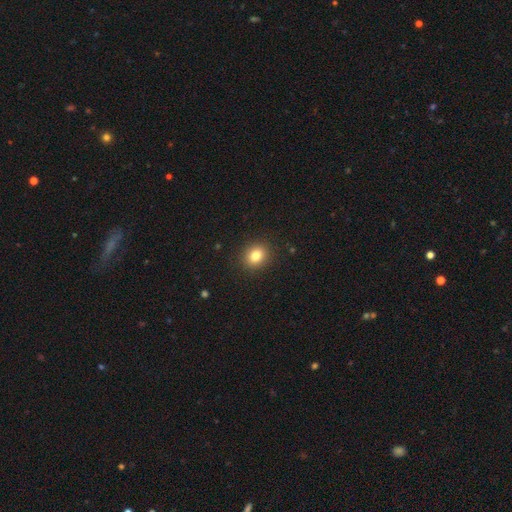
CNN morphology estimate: Overall: smooth (82%). How rounded: round (68%; in between 31%). Merging: none (90%).